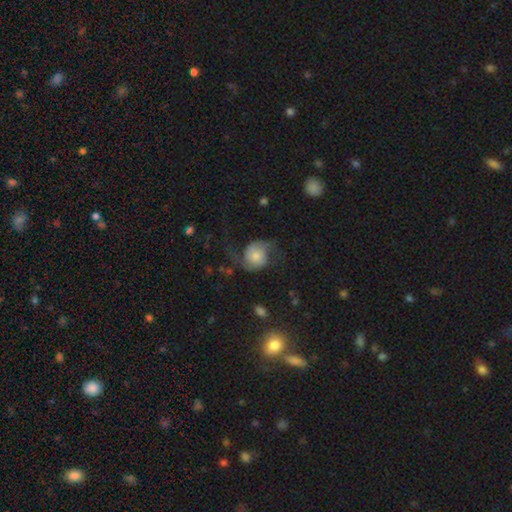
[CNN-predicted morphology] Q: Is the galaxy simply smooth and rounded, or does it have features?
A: featured or disk — 64%.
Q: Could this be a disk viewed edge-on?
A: no — 97%.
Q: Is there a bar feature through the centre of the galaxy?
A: no — 74%.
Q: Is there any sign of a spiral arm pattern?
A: yes — 90%.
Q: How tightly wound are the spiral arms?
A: loose — 60%.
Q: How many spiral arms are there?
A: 2 — 89%.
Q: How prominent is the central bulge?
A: moderate — 40%.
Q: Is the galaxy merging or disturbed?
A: none — 56%.